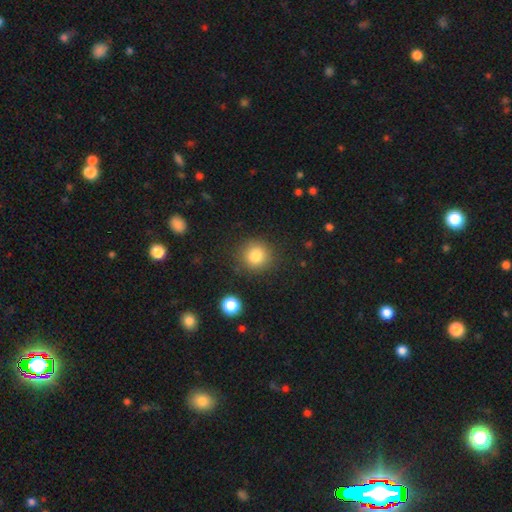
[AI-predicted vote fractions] Smooth or featured? Predicted: smooth (p=0.83). How rounded? Predicted: round (p=0.92). Merging? Predicted: none (p=0.86).